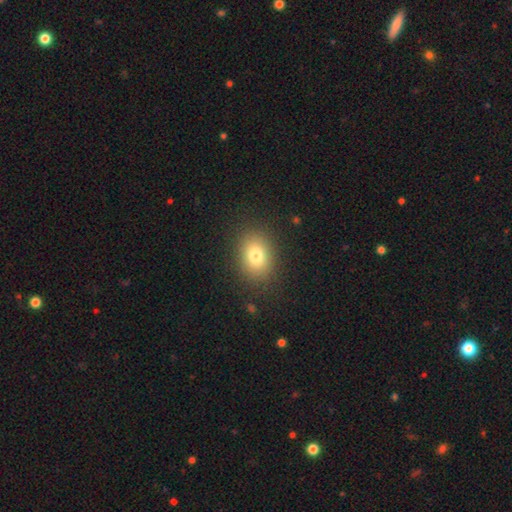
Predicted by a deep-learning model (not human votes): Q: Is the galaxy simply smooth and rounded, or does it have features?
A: smooth — 78%.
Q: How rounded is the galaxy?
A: in between — 58%.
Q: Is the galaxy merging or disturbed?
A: none — 87%.